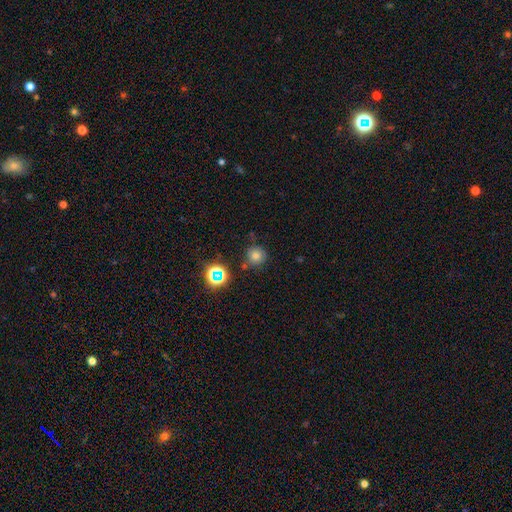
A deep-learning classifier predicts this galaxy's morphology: The model was most divided on "smooth or featured": smooth: 72%, star or artifact: 20%, featured or disk: 8%. More confident: how rounded — round (93%); merging — none (78%).